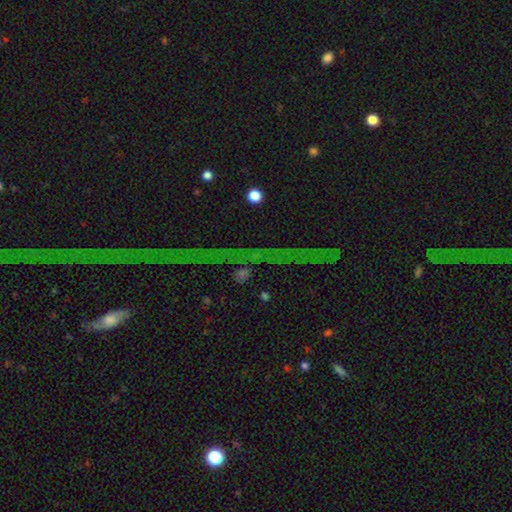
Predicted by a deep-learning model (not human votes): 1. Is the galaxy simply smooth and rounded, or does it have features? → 84% star or artifact, 8% featured or disk, 7% smooth.